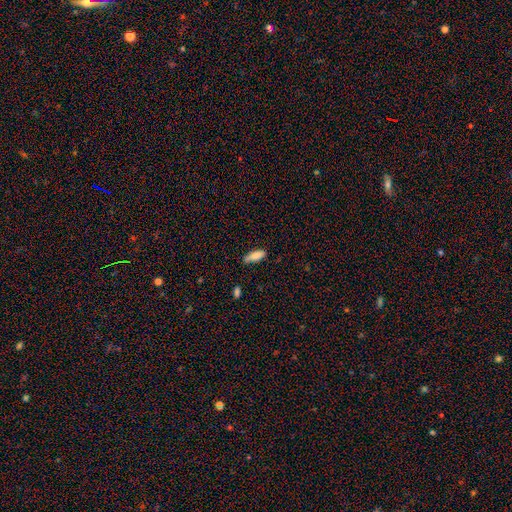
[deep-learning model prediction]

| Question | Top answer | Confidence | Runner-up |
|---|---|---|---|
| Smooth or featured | smooth | 83% | featured or disk (10%) |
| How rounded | in between | 64% | cigar-shaped (34%) |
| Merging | none | 65% | minor disturbance (26%) |